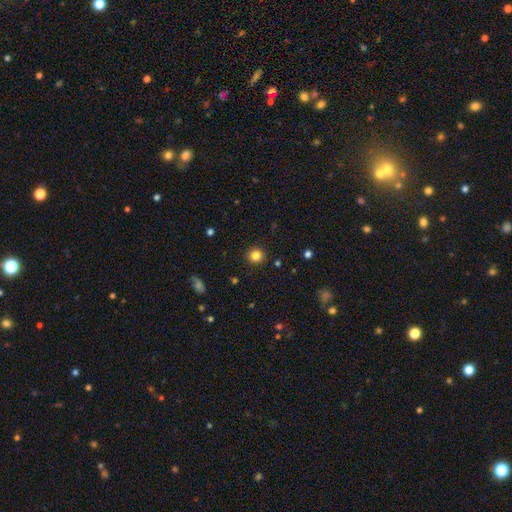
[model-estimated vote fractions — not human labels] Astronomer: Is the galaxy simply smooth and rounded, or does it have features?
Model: smooth — 83%.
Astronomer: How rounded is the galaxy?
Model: round — 93%.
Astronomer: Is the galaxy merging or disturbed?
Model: none — 92%.